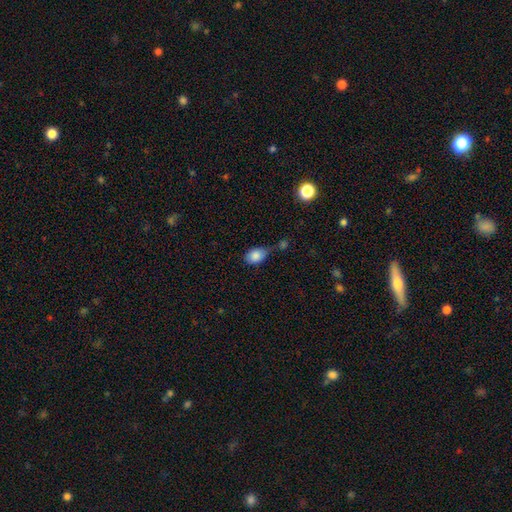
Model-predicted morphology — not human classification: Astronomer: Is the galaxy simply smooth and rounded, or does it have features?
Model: smooth — 85%.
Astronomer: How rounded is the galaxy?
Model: in between — 80%.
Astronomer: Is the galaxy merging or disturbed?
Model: none — 42% (runner-up: minor disturbance, 29%).